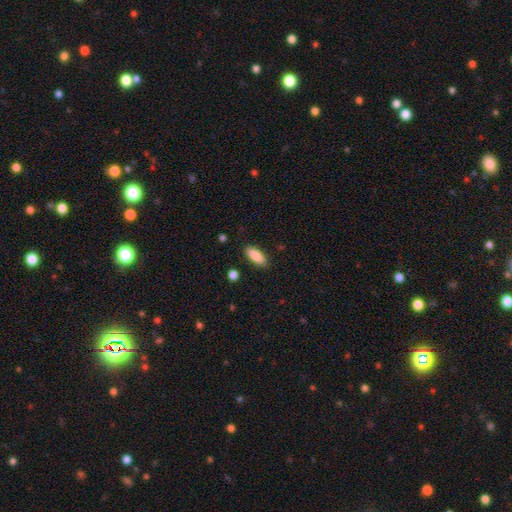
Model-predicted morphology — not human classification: Smooth or featured? smooth (88%)
How rounded? in between (80%)
Merging? none (87%)